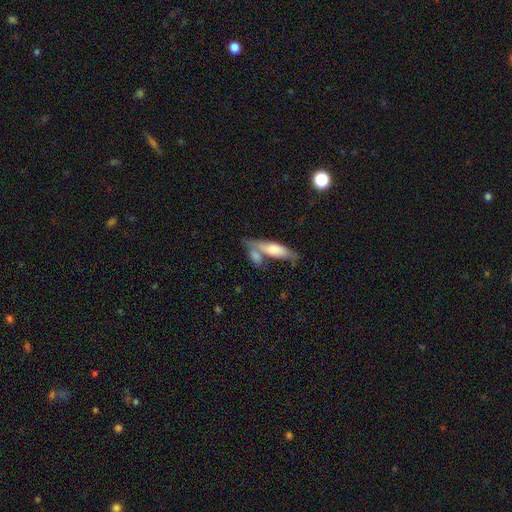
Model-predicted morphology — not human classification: Overall: smooth (68%). How rounded: in between (52%; cigar-shaped 44%). Merging: merger (45%; none 37%).